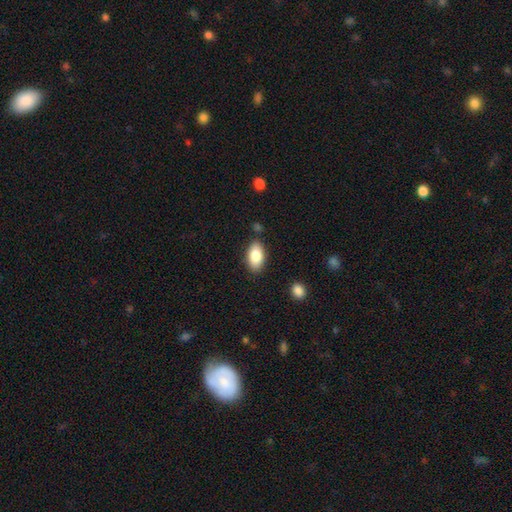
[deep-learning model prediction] Smooth or featured: smooth — 86% (featured or disk — 8%)
How rounded: in between — 93% (round — 4%)
Merging: none — 84% (minor disturbance — 10%)